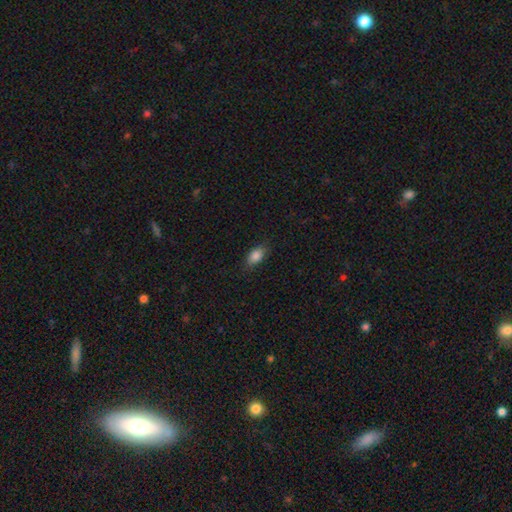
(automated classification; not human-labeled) Smooth or featured?
  - smooth: 86% *
  - star or artifact: 8%
  - featured or disk: 6%
How rounded?
  - in between: 88% *
  - round: 7%
  - cigar-shaped: 5%
Merging?
  - none: 82% *
  - minor disturbance: 13%
  - major disturbance: 3%
  - merger: 1%